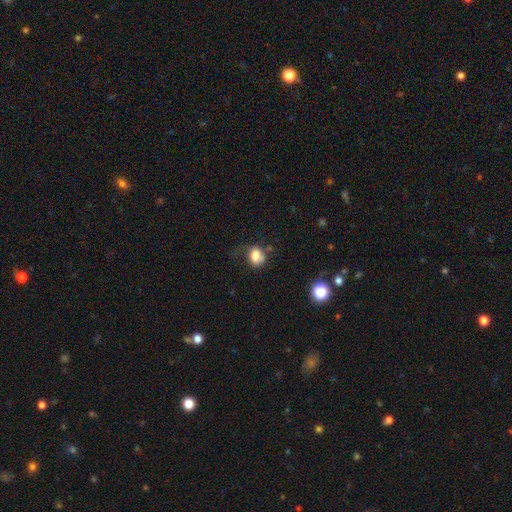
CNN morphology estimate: A smooth galaxy with no disk features (77%) that is round (50%).

Vote fractions:
- Smooth or featured? smooth: 77% / featured or disk: 12% / star or artifact: 11%
- How rounded? round: 50% / in between: 49% / cigar-shaped: 1%
- Merging? none: 46% / minor disturbance: 27% / major disturbance: 15% / merger: 12%